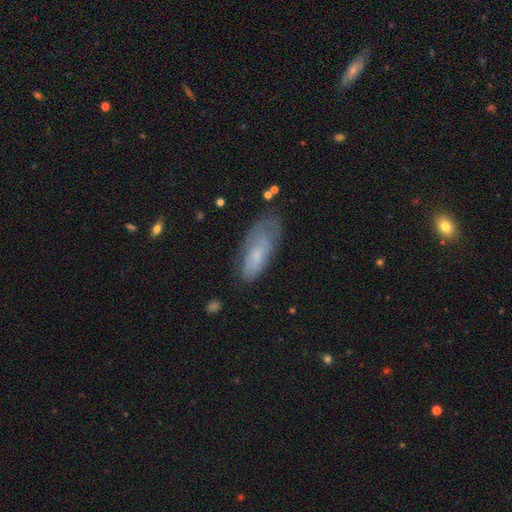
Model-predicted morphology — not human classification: smooth 61%, featured or disk 31%, star or artifact 8%. Down the decision tree: how rounded — in between (76%); merging — none (54%).